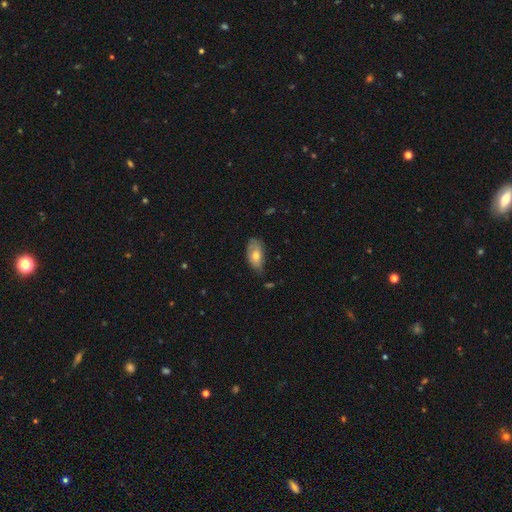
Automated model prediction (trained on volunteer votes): The model was most divided on "merging": none: 56%, minor disturbance: 34%, major disturbance: 7%, merger: 2%. More confident: how rounded — in between (90%); smooth or featured — smooth (62%).